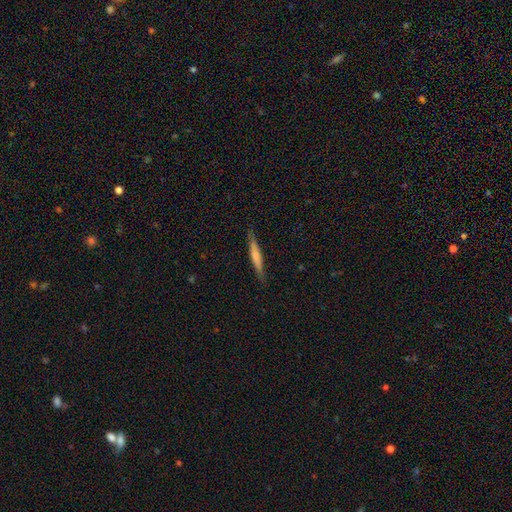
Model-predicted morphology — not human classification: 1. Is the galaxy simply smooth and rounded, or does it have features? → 58% smooth, 37% featured or disk, 6% star or artifact.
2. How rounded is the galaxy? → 94% cigar-shaped, 5% in between, 1% round.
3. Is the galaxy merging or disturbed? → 88% none, 9% minor disturbance, 2% major disturbance, 1% merger.